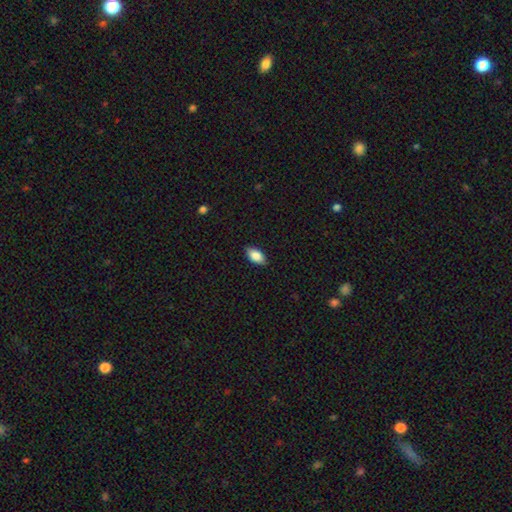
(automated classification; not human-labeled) Smooth or featured: smooth — 85% (featured or disk — 8%)
How rounded: in between — 92% (cigar-shaped — 4%)
Merging: none — 87% (minor disturbance — 10%)